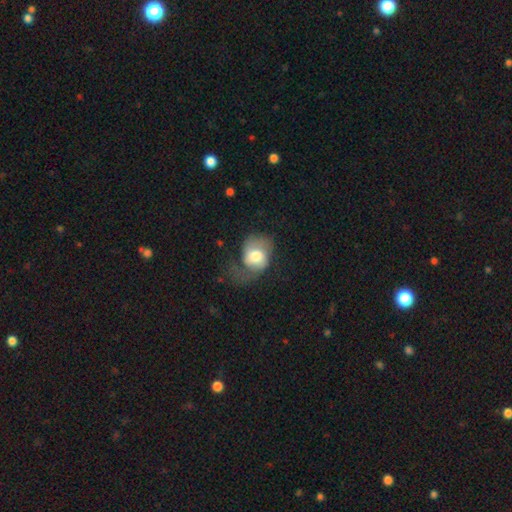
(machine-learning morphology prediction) Q: Smooth or featured?
A: smooth (58%); runner-up: featured or disk (35%)
Q: How rounded?
A: in between (53%); runner-up: round (46%)
Q: Merging?
A: major disturbance (44%); runner-up: minor disturbance (27%)